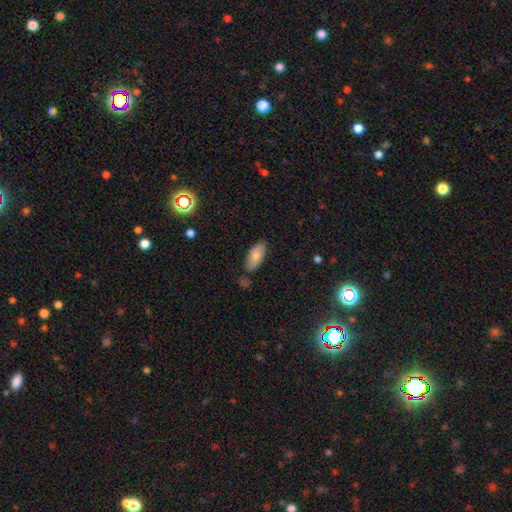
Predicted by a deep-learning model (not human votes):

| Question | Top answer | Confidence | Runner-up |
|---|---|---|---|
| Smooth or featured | smooth | 77% | featured or disk (17%) |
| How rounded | in between | 91% | cigar-shaped (7%) |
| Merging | none | 80% | minor disturbance (14%) |